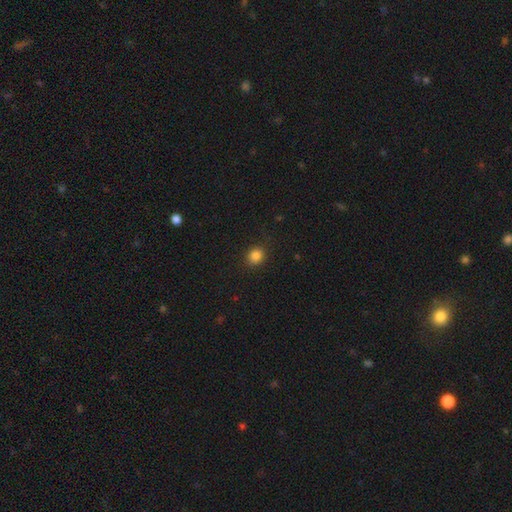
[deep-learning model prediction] smooth_or_featured: smooth (p=0.85) [alt: star or artifact p=0.11]
how_rounded: round (p=0.73) [alt: in between p=0.26]
merging: none (p=0.88) [alt: minor disturbance p=0.08]